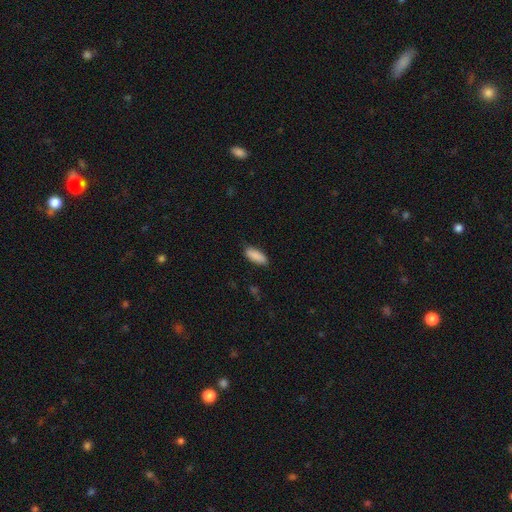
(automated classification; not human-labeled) Smooth or featured? Predicted: smooth (p=0.90). How rounded? Predicted: in between (p=0.74). Merging? Predicted: none (p=0.85).